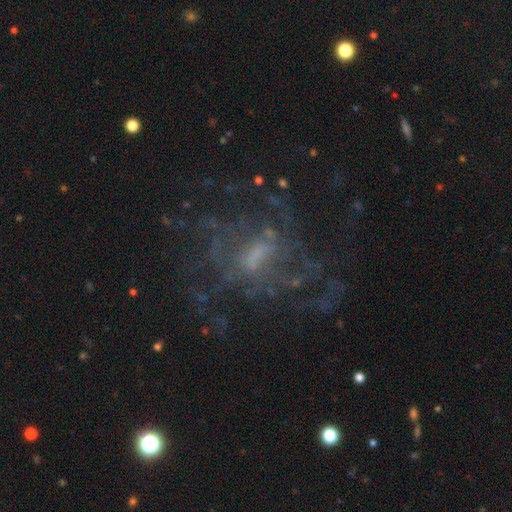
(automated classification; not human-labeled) Smooth or featured: featured or disk — 74% (star or artifact — 16%)
Edge-on disk: no — 97% (yes — 3%)
Bar: weak — 46% (no — 40%)
Spiral arms: yes — 71% (no — 29%)
Spiral winding: medium — 39% (tight — 31%)
Spiral arm count: can't tell — 53% (4 — 13%)
Bulge size: small — 39% (moderate — 31%)
Merging: none — 56% (major disturbance — 25%)